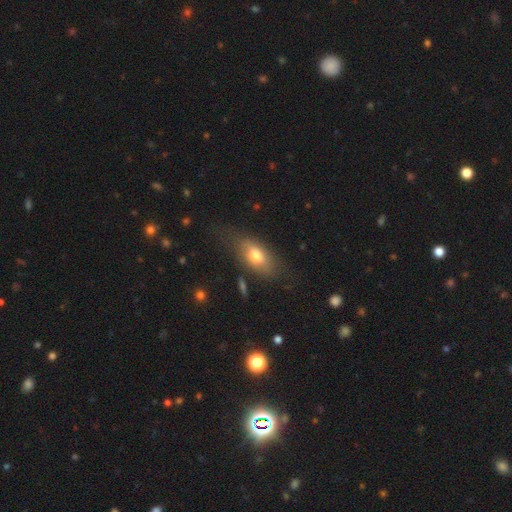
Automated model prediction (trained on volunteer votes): Smooth or featured? smooth (71%)
How rounded? in between (85%)
Merging? none (62%)